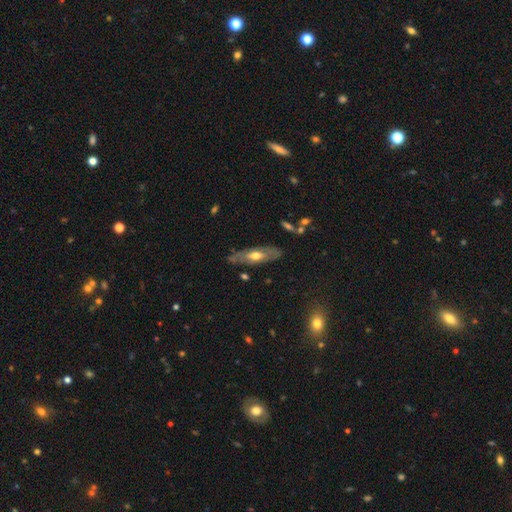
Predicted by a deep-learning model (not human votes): smooth_or_featured: featured or disk (p=0.59) [alt: smooth p=0.36]
disk_edge_on: no (p=0.60) [alt: yes p=0.40]
merging: none (p=0.75) [alt: minor disturbance p=0.18]